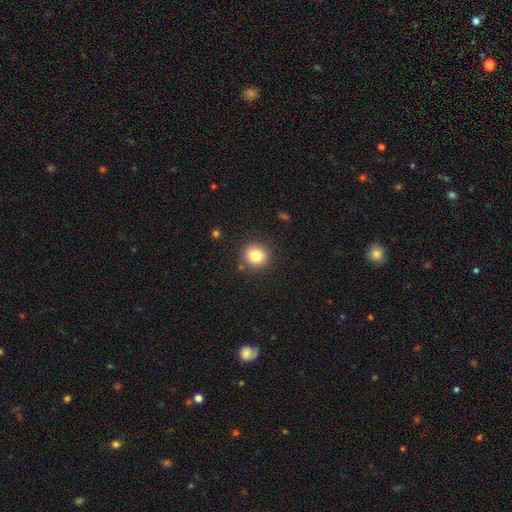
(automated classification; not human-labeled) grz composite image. It shows a smooth galaxy with no disk features (82%) that is round (89%). Merging: none (87%).